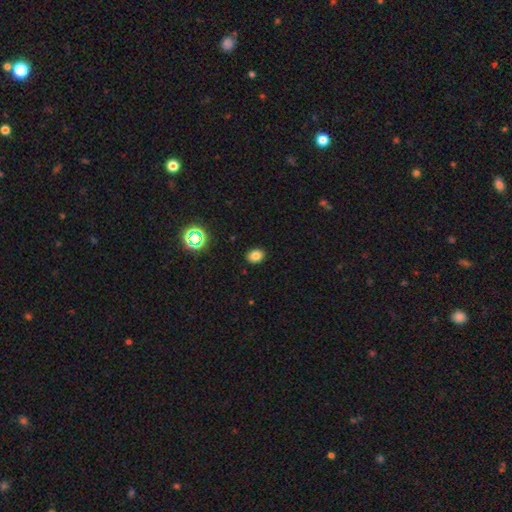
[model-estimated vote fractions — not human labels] Smooth or featured?
  - smooth: 79% *
  - star or artifact: 14%
  - featured or disk: 7%
How rounded?
  - in between: 57% *
  - round: 42%
  - cigar-shaped: 1%
Merging?
  - none: 89% *
  - minor disturbance: 8%
  - major disturbance: 2%
  - merger: 1%